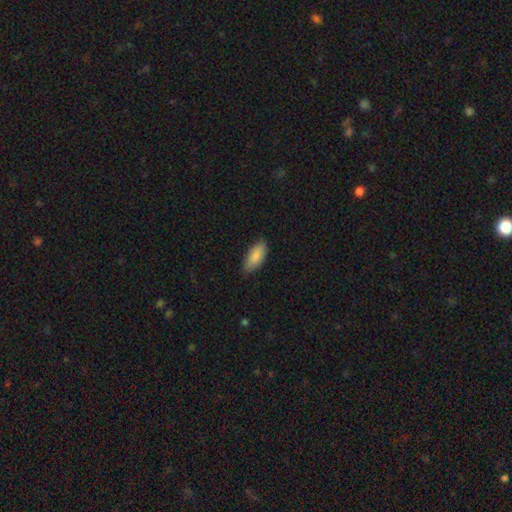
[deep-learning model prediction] smooth_or_featured: smooth (p=0.87) [alt: featured or disk p=0.07]
how_rounded: in between (p=0.85) [alt: cigar-shaped p=0.13]
merging: none (p=0.78) [alt: minor disturbance p=0.19]